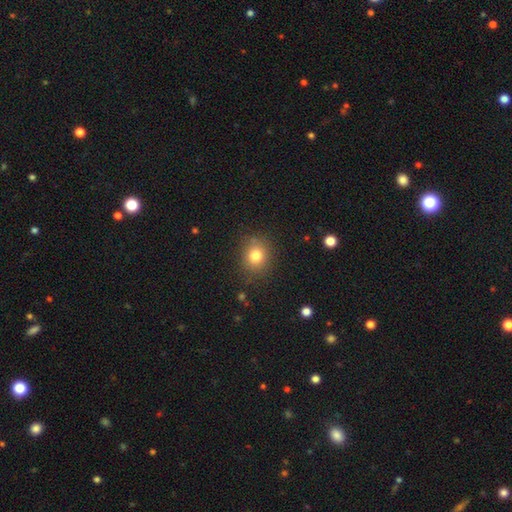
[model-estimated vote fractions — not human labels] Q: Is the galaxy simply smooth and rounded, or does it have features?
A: smooth — 79%.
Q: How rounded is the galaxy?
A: round — 73%.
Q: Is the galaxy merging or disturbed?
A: none — 84%.